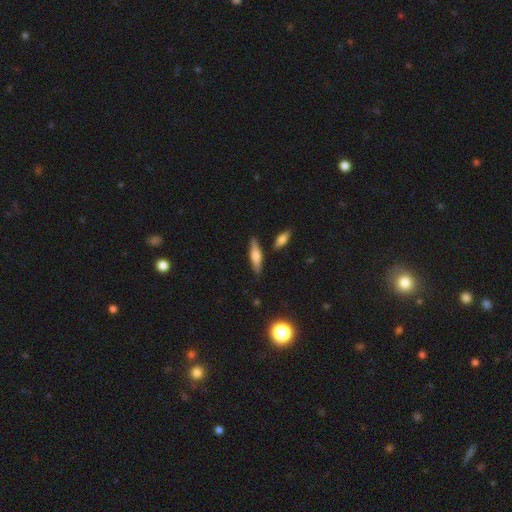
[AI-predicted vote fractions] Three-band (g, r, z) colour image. It shows a smooth galaxy with no disk features (50%). Merging: none (81%).